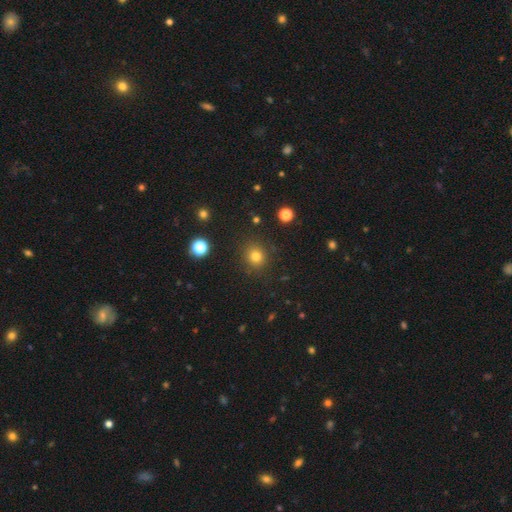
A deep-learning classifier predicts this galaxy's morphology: smooth-or-featured: smooth: 79% | star or artifact: 15% | featured or disk: 6%
  how-rounded: round: 87% | in between: 13% | cigar-shaped: 1%
  merging: none: 87% | minor disturbance: 8% | major disturbance: 3% | merger: 2%